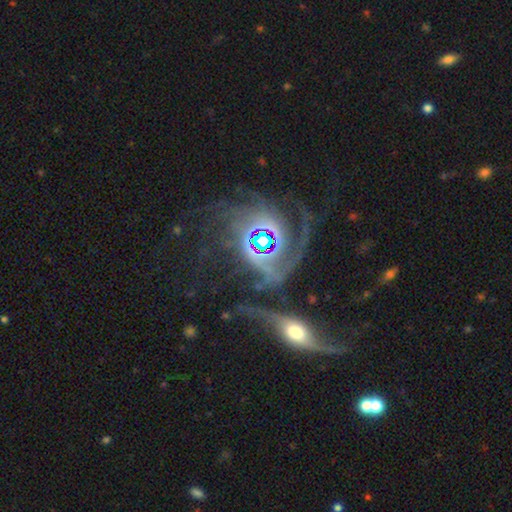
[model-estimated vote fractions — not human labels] Smooth or featured? featured or disk (80%)
Edge-on disk? no (94%)
Bar? no (48%)
Spiral arms? yes (90%)
Spiral winding? medium (39%)
Spiral arm count? 2 (48%)
Bulge size? moderate (53%)
Merging? none (37%)